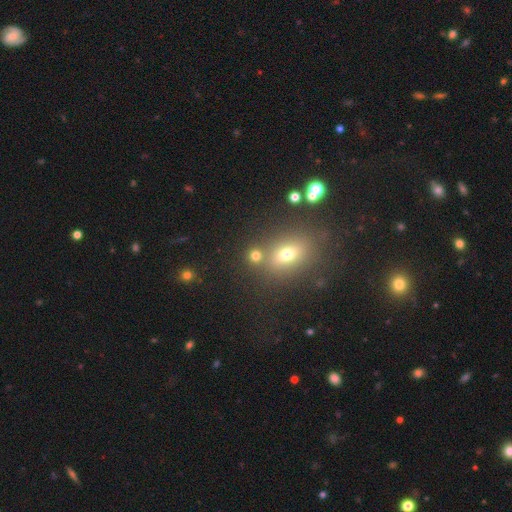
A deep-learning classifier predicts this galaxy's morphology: type=smooth (71%); roundness=round (75%); merging=none (68%).